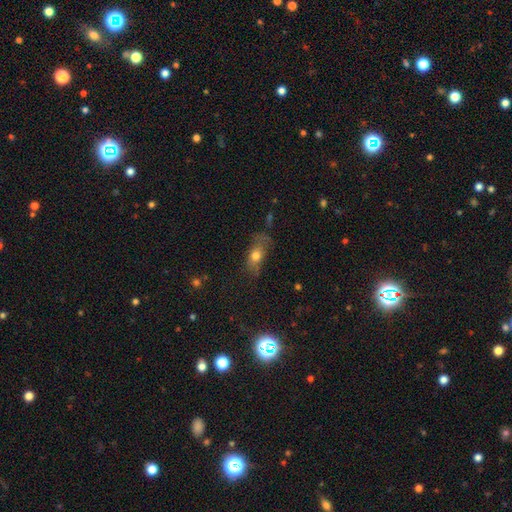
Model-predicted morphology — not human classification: type=smooth (70%); roundness=in between (74%); merging=none (49%).